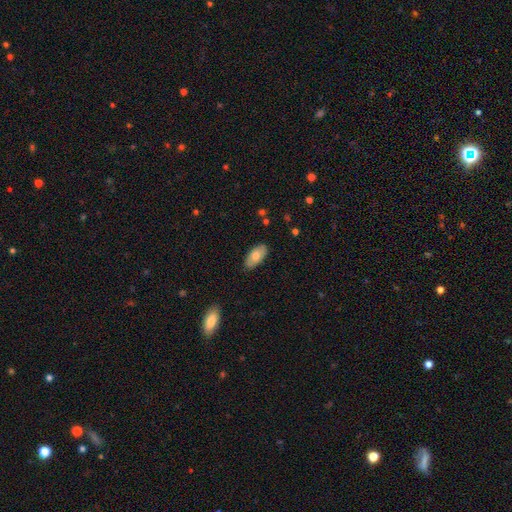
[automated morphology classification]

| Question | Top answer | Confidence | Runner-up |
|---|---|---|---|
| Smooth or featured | smooth | 71% | featured or disk (23%) |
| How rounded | in between | 93% | cigar-shaped (5%) |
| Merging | none | 87% | minor disturbance (11%) |